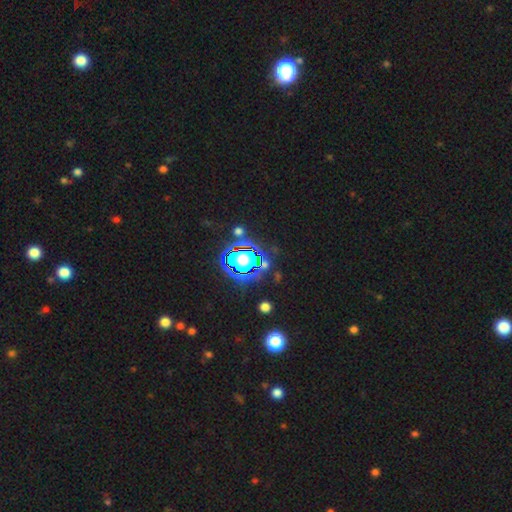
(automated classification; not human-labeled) Morphology: type=star or artifact (82%).